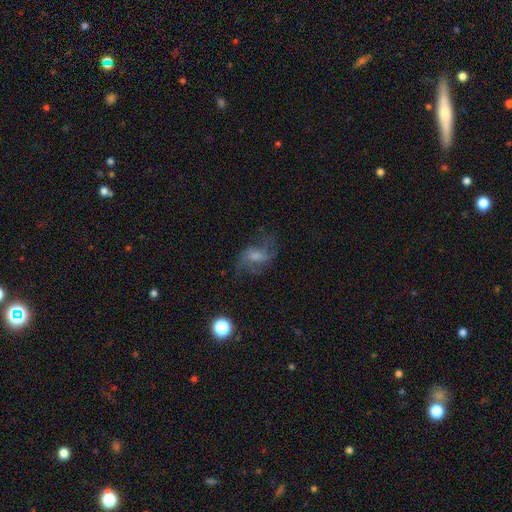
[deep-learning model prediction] featured or disk 63%, smooth 24%, star or artifact 13%. Down the decision tree: edge-on disk — no (96%); bar — no (46%); spiral arms — yes (84%); spiral arm count — 2 (57%); spiral winding — loose (53%); bulge size — moderate (37%, tied with small); merging — none (56%).